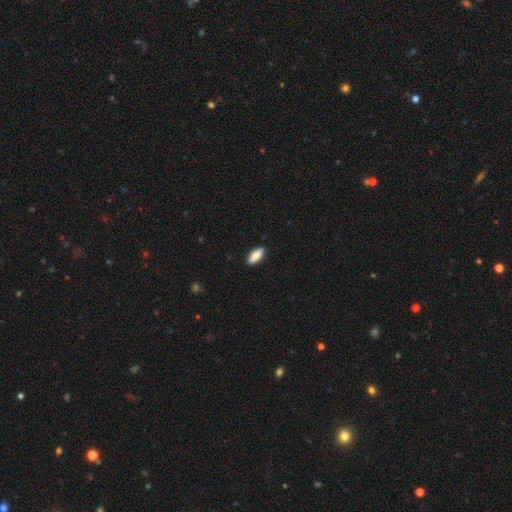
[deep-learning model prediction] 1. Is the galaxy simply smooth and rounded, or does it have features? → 85% smooth, 9% featured or disk, 6% star or artifact.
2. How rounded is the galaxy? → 75% in between, 22% cigar-shaped, 2% round.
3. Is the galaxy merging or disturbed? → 90% none, 8% minor disturbance, 2% major disturbance, 1% merger.